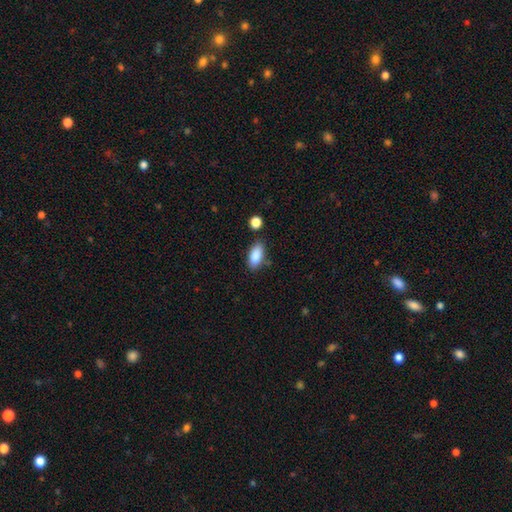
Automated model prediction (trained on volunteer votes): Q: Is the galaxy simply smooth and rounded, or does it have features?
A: smooth — 88%.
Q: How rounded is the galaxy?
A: in between — 88%.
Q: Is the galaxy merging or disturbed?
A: none — 77%.